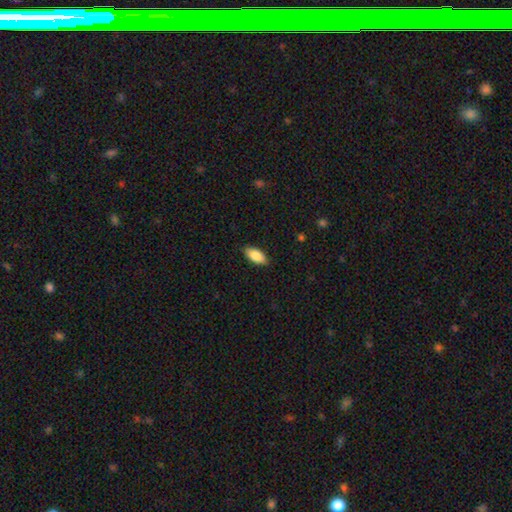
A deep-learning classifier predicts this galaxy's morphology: smooth-or-featured: smooth: 86% | featured or disk: 8% | star or artifact: 6%
  how-rounded: in between: 90% | cigar-shaped: 7% | round: 2%
  merging: none: 88% | minor disturbance: 9% | major disturbance: 2% | merger: 1%